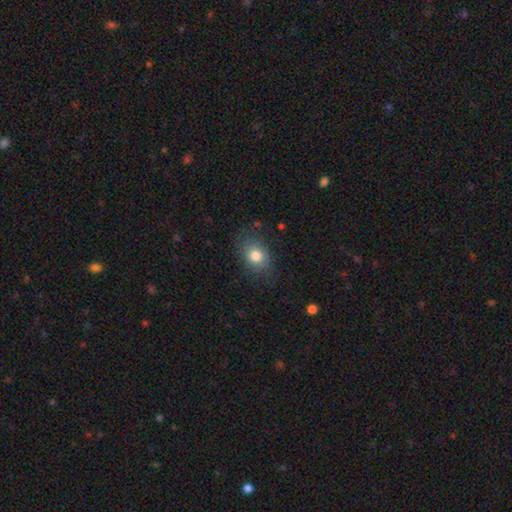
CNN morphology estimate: The model was most divided on "how rounded": in between: 63%, round: 35%, cigar-shaped: 1%. More confident: smooth or featured — smooth (78%); merging — none (76%).